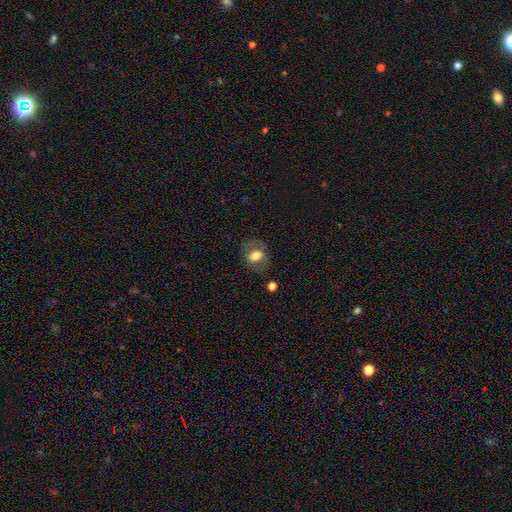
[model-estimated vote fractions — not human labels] Overall: smooth (56%; featured or disk 35%). How rounded: in between (73%). Merging: none (66%).